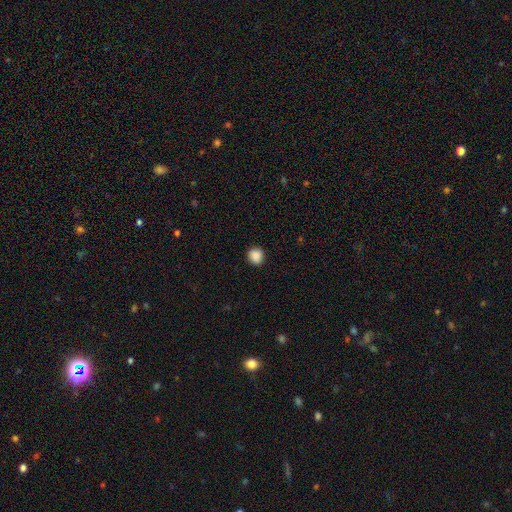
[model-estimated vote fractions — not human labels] smooth_or_featured: smooth (p=0.88) [alt: star or artifact p=0.09]
how_rounded: round (p=0.83) [alt: in between p=0.16]
merging: none (p=0.88) [alt: minor disturbance p=0.09]